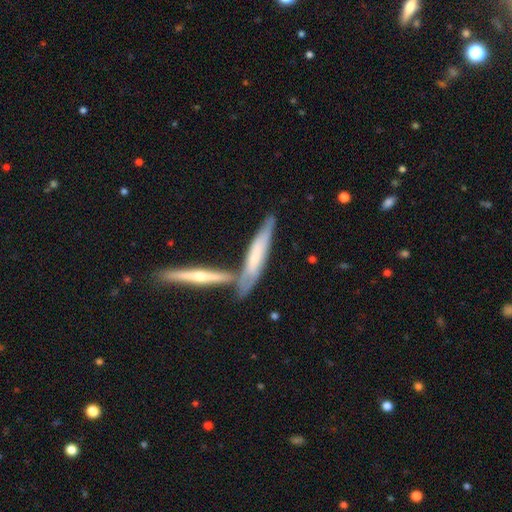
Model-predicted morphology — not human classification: type=featured or disk (54%); edge-on=yes (86%); merging=none (54%).